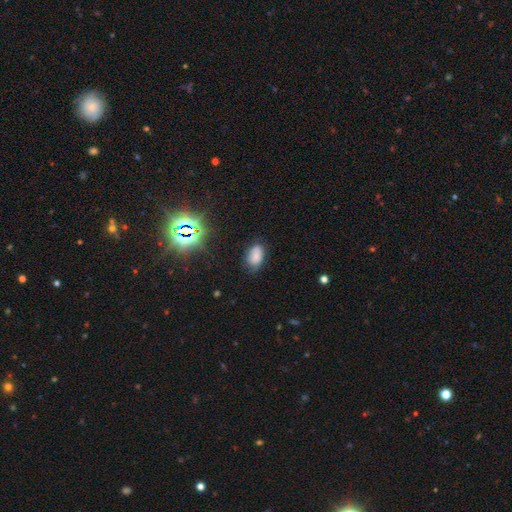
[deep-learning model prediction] This is likely a smooth galaxy (75%). How rounded: clearly in between (90%). Merging: likely none (71%).